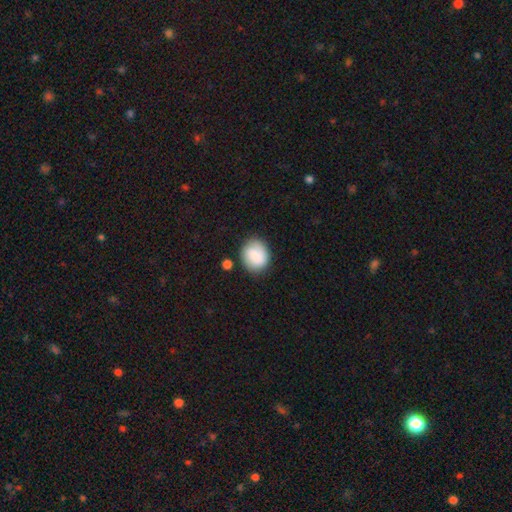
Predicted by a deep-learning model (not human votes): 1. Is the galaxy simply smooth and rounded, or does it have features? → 81% smooth, 12% featured or disk, 7% star or artifact.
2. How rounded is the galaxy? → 66% round, 33% in between, 1% cigar-shaped.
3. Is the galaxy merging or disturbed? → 76% none, 16% minor disturbance, 5% merger, 4% major disturbance.